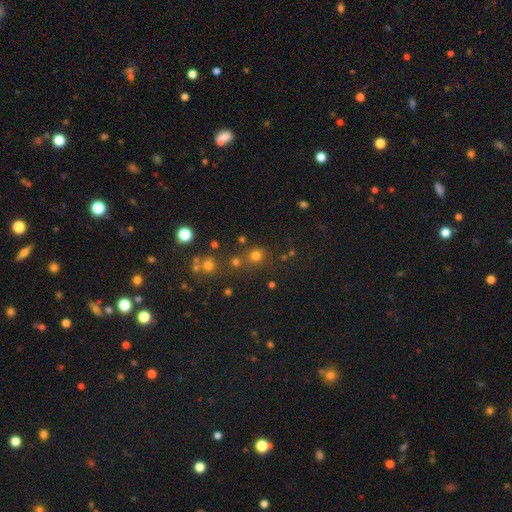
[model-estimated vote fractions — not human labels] Smooth or featured?
  - smooth: 69% *
  - star or artifact: 24%
  - featured or disk: 7%
How rounded?
  - round: 88% *
  - in between: 11%
  - cigar-shaped: 1%
Merging?
  - none: 72% *
  - merger: 15%
  - minor disturbance: 9%
  - major disturbance: 4%